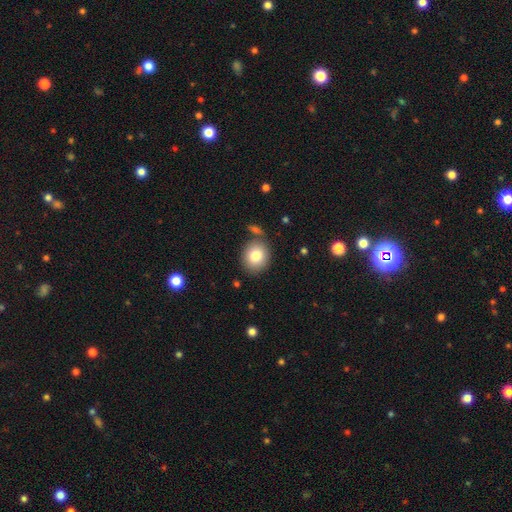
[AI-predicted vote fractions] Smooth or featured? smooth (82%)
How rounded? round (73%)
Merging? none (78%)